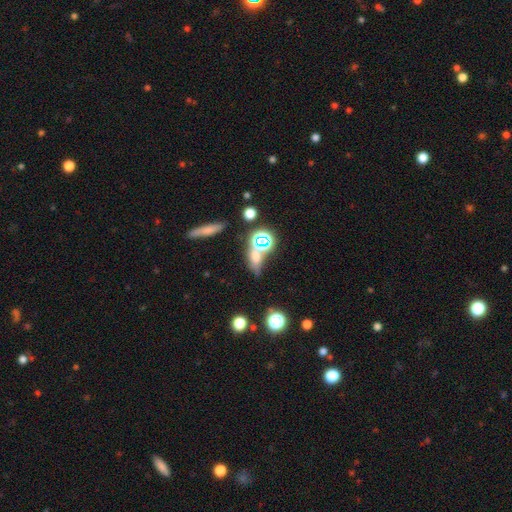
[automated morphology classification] A smooth galaxy with no disk features (52%) that is in between round and cigar-shaped (50%).

Vote fractions:
- Smooth or featured? smooth: 52% / star or artifact: 29% / featured or disk: 19%
- How rounded? in between: 50% / round: 28% / cigar-shaped: 22%
- Merging? none: 51% / merger: 27% / minor disturbance: 15% / major disturbance: 8%